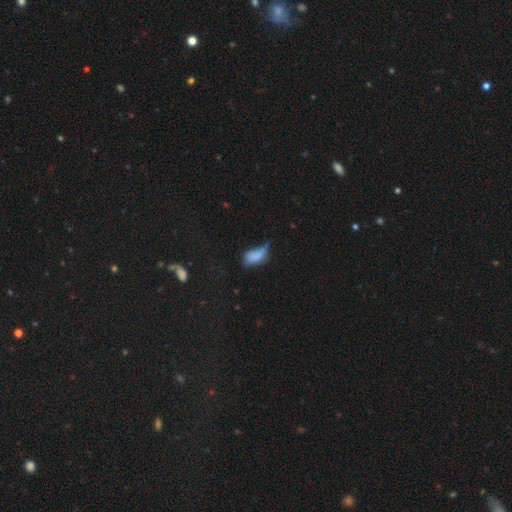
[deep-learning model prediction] Morphology: type=smooth (74%); roundness=in between (88%); merging=minor disturbance (38%).